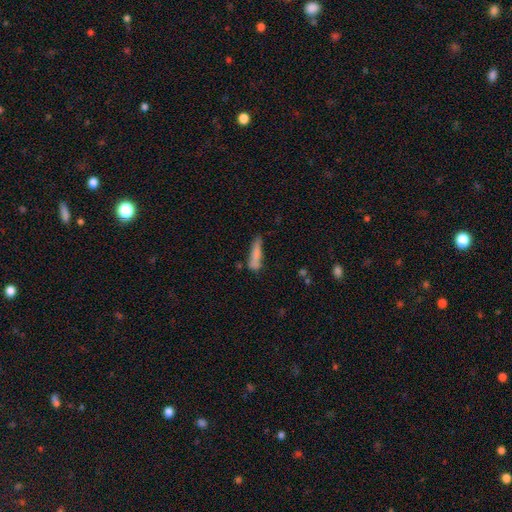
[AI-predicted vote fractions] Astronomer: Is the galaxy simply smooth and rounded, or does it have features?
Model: smooth — 76%.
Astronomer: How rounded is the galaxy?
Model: cigar-shaped — 80%.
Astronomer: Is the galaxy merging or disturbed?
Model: none — 56%.